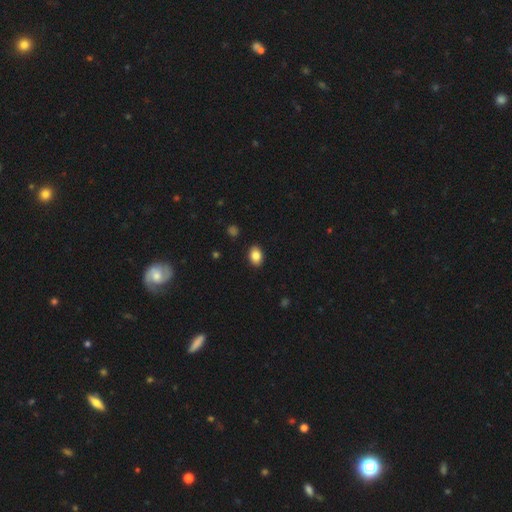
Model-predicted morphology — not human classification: Smooth or featured: smooth — 86% (star or artifact — 8%)
How rounded: in between — 83% (round — 16%)
Merging: none — 90% (minor disturbance — 7%)